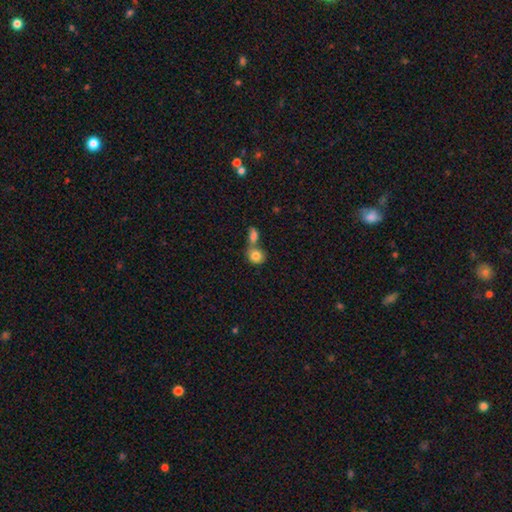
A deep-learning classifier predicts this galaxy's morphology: Smooth or featured: smooth — 82% (featured or disk — 9%)
How rounded: round — 73% (in between — 25%)
Merging: merger — 51% (none — 38%)